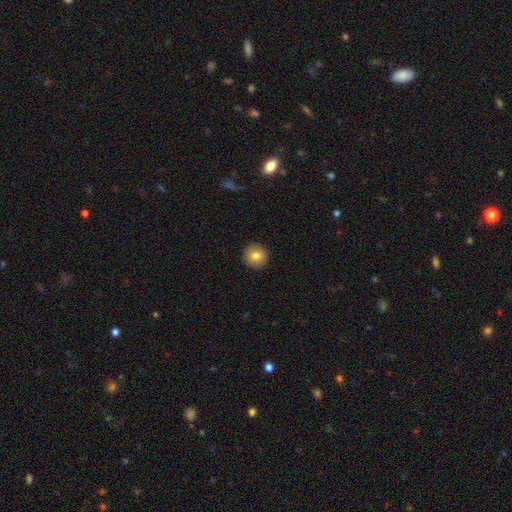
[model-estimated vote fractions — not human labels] A smooth galaxy with no disk features (82%) that is round (95%).

Vote fractions:
- Smooth or featured? smooth: 82% / featured or disk: 10% / star or artifact: 9%
- How rounded? round: 95% / in between: 4% / cigar-shaped: 1%
- Merging? none: 93% / minor disturbance: 5% / major disturbance: 2% / merger: 1%